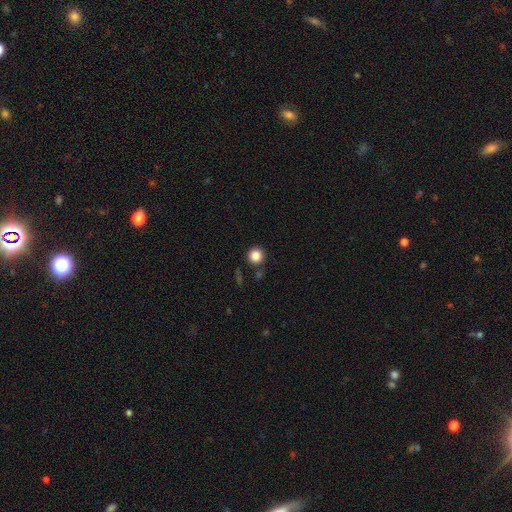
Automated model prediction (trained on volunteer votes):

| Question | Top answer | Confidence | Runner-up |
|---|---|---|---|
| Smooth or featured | smooth | 85% | star or artifact (11%) |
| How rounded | round | 95% | in between (4%) |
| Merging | none | 87% | minor disturbance (7%) |